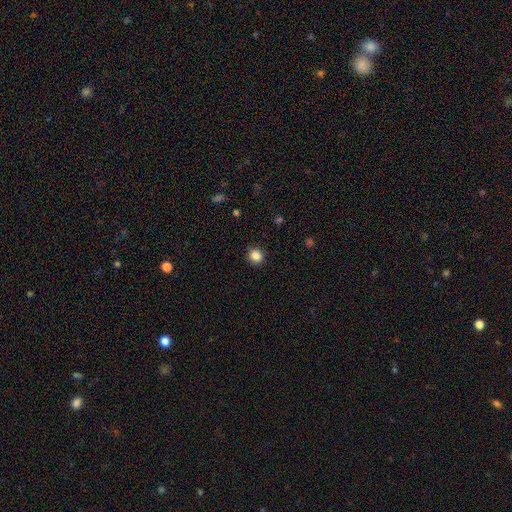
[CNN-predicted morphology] This is clearly a smooth galaxy (85%). How rounded: clearly round (85%). Merging: clearly none (91%).